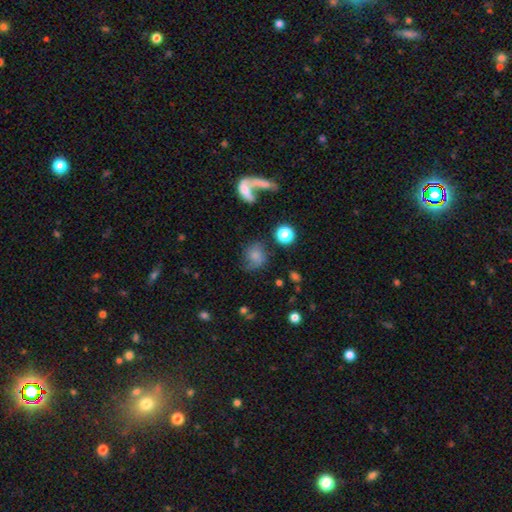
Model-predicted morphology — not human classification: A smooth galaxy with no disk features (67%) that is round (66%).

Vote fractions:
- Smooth or featured? smooth: 67% / featured or disk: 19% / star or artifact: 14%
- How rounded? round: 66% / in between: 33% / cigar-shaped: 2%
- Merging? none: 53% / minor disturbance: 23% / major disturbance: 16% / merger: 8%